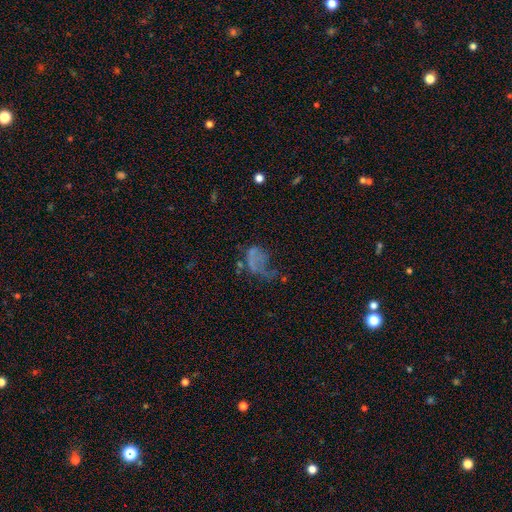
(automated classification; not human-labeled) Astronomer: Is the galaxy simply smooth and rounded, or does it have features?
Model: smooth — 40%, tied with featured or disk at 40%.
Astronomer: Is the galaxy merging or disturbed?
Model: major disturbance — 52%.